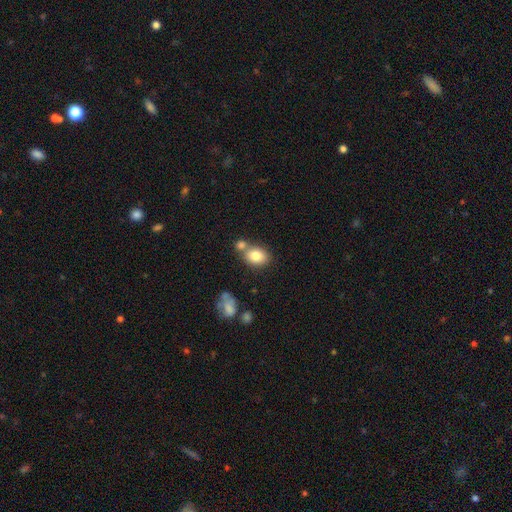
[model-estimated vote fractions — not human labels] Q: Smooth or featured?
A: smooth (80%); runner-up: featured or disk (11%)
Q: How rounded?
A: in between (62%); runner-up: round (37%)
Q: Merging?
A: none (52%); runner-up: merger (31%)